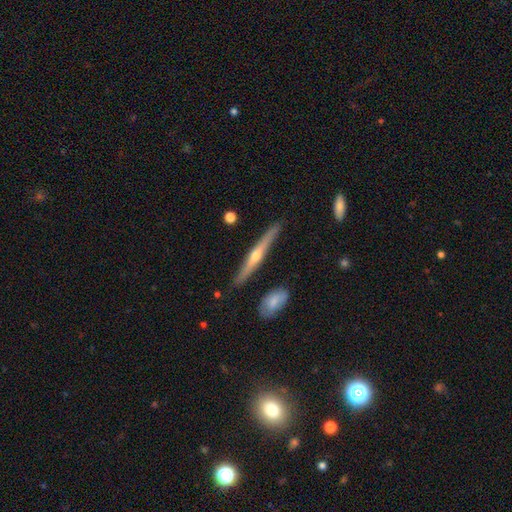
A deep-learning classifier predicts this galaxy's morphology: Smooth or featured?
  - featured or disk: 72% *
  - smooth: 22%
  - star or artifact: 6%
Edge-on disk?
  - yes: 97% *
  - no: 3%
Edge-on bulge?
  - rounded: 89% *
  - none: 8%
  - boxy: 3%
Merging?
  - none: 89% *
  - minor disturbance: 8%
  - merger: 2%
  - major disturbance: 2%